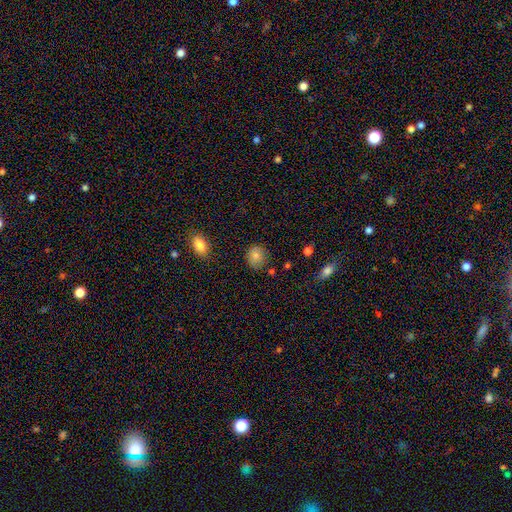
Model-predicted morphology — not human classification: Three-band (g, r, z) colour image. It shows a smooth galaxy with no disk features (82%) that is round (74%). Merging: none (79%).